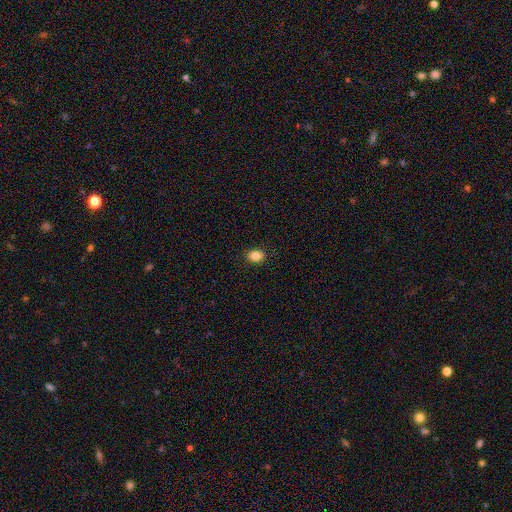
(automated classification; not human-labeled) A smooth galaxy with no disk features (84%) that is in between round and cigar-shaped (65%). Merging: none (88%).